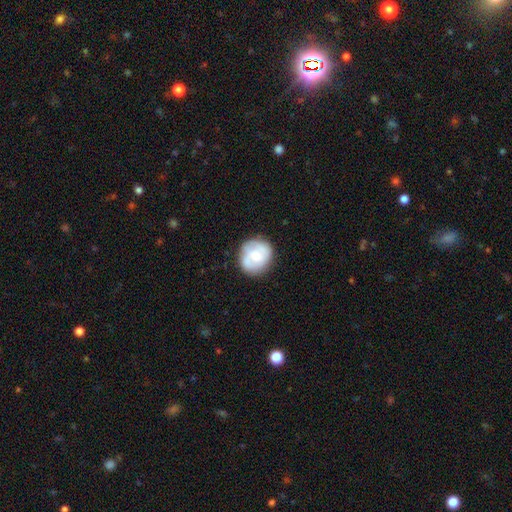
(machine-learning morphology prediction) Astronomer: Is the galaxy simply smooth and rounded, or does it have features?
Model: smooth — 48% (runner-up: featured or disk, 46%).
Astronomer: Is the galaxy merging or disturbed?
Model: none — 75%.